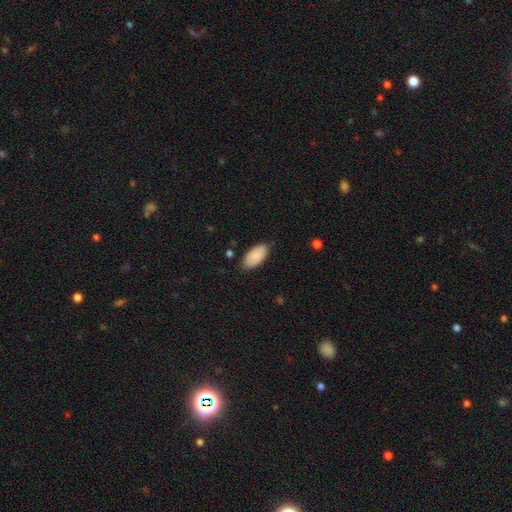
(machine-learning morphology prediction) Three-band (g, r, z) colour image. It shows a smooth galaxy with no disk features (88%) that is in between round and cigar-shaped (95%). Merging: none (78%).